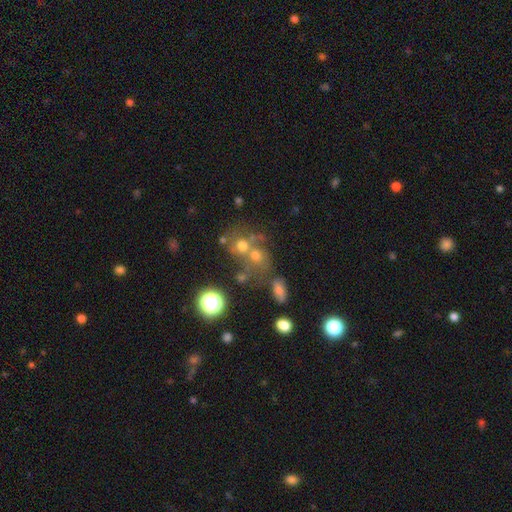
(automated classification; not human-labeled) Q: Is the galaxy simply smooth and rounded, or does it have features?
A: smooth — 61%.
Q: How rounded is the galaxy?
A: round — 70%.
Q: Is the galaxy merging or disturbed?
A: merger — 42%.